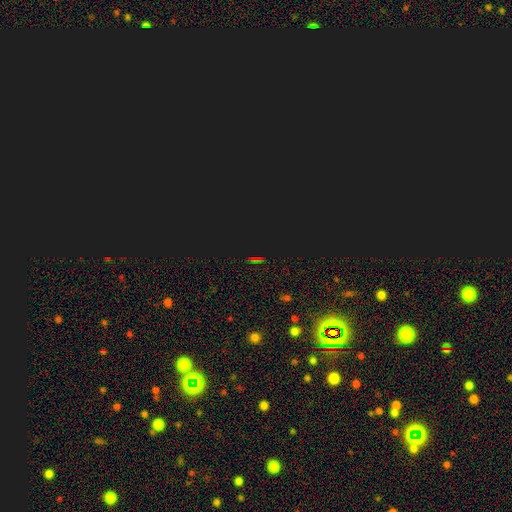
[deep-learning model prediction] Q: Smooth or featured?
A: star or artifact (73%); runner-up: smooth (18%)